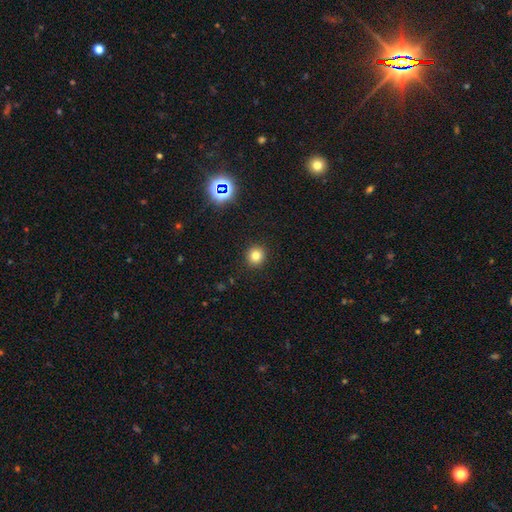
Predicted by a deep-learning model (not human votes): smooth 79%, star or artifact 14%, featured or disk 6%. Down the decision tree: how rounded — round (92%); merging — none (92%).